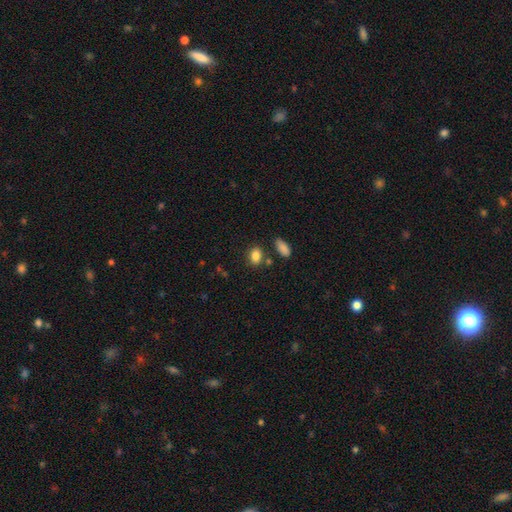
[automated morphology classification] Overall: smooth (85%). How rounded: in between (76%). Merging: none (76%).